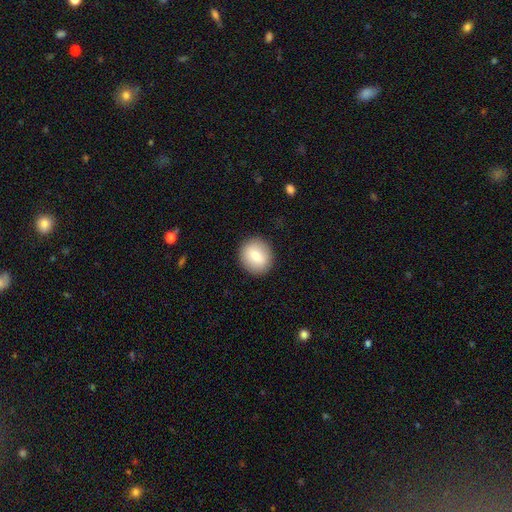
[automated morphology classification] Smooth or featured: smooth — 75% (featured or disk — 17%)
How rounded: round — 80% (in between — 19%)
Merging: none — 89% (minor disturbance — 7%)